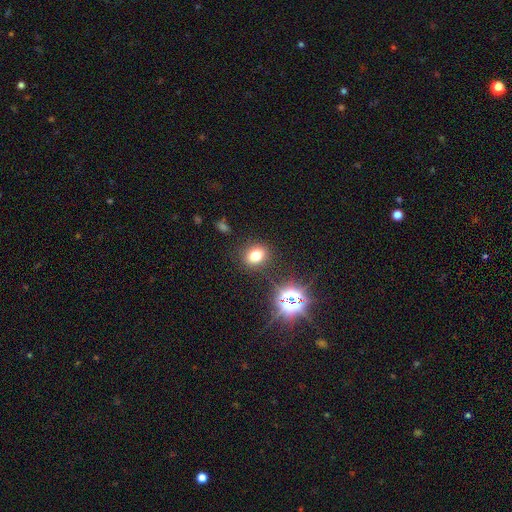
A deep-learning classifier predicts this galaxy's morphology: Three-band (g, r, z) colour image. It shows a smooth galaxy with no disk features (74%) that is in between round and cigar-shaped (53%). Merging: none (87%).